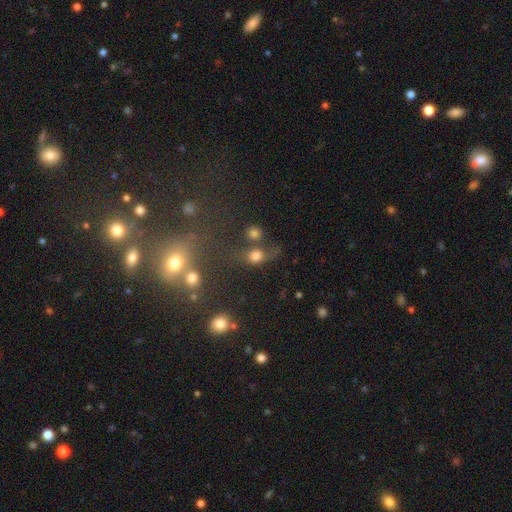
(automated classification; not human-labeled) smooth-or-featured: smooth: 72% | star or artifact: 16% | featured or disk: 11%
  how-rounded: round: 67% | in between: 30% | cigar-shaped: 3%
  merging: none: 43% | merger: 26% | major disturbance: 16% | minor disturbance: 15%